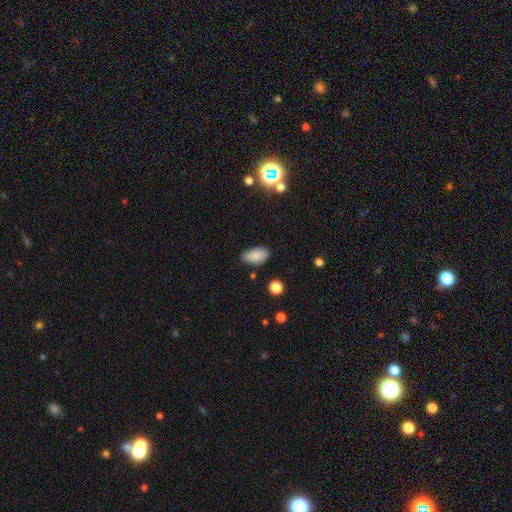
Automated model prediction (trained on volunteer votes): Morphology: type=smooth (85%); roundness=in between (93%); merging=none (82%).